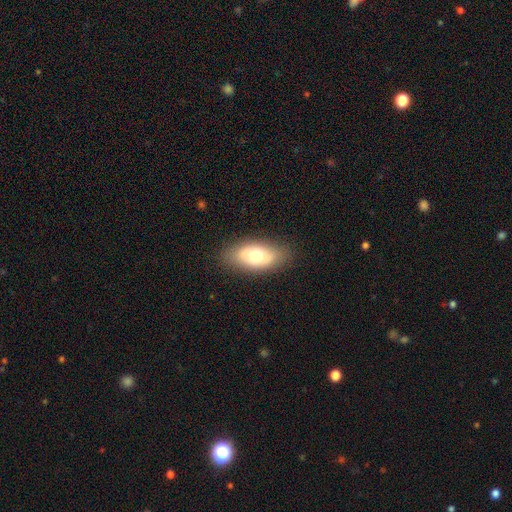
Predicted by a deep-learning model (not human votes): This appears to be a smooth galaxy with no disk features (66%) that is in between round and cigar-shaped (90%). Merging: none (83%).